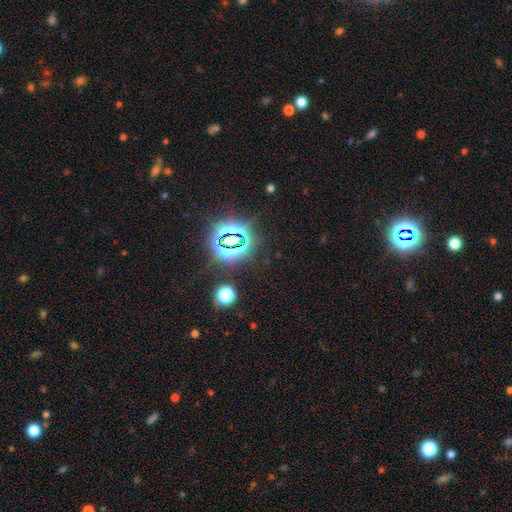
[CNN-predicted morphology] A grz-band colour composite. It shows a star or artifact, not a galaxy (84%).